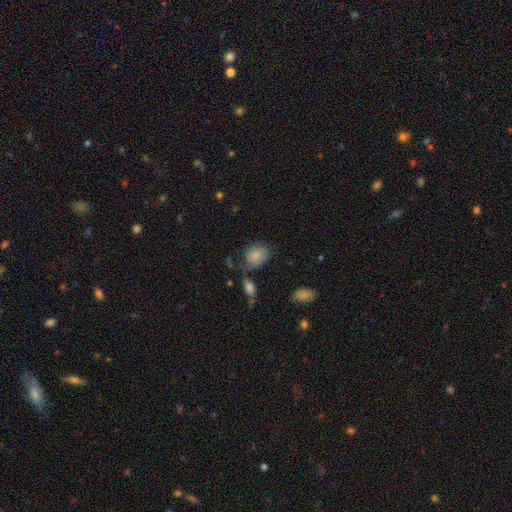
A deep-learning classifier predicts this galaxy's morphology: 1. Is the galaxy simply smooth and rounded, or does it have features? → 78% smooth, 14% featured or disk, 8% star or artifact.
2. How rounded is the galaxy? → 58% in between, 41% round, 1% cigar-shaped.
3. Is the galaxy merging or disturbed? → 49% none, 25% minor disturbance, 14% major disturbance, 12% merger.